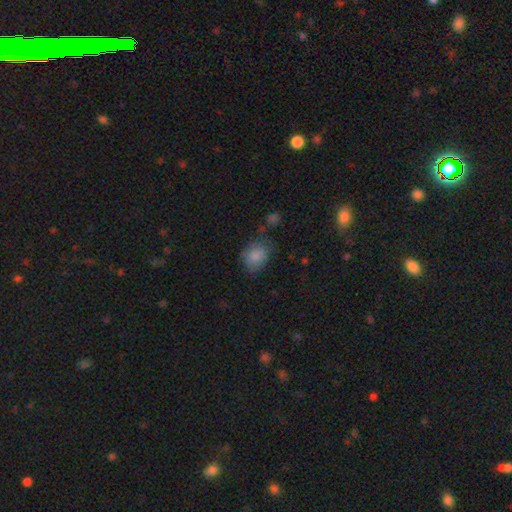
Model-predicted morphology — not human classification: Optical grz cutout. It shows a smooth galaxy with no disk features (83%) that is in between round and cigar-shaped (51%). Merging: none (58%).